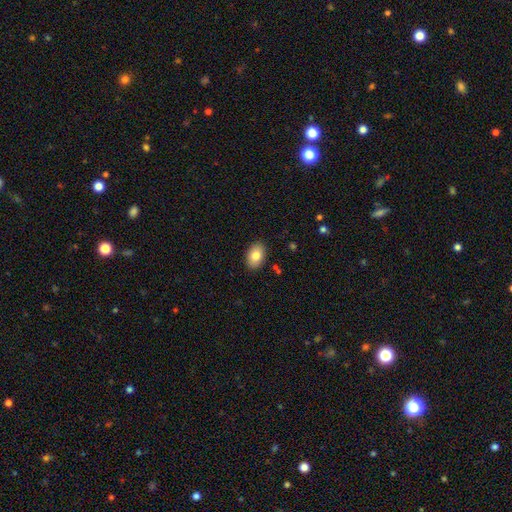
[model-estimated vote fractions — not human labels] Smooth or featured?
  - smooth: 82% *
  - featured or disk: 11%
  - star or artifact: 7%
How rounded?
  - in between: 87% *
  - round: 11%
  - cigar-shaped: 1%
Merging?
  - none: 88% *
  - minor disturbance: 9%
  - major disturbance: 2%
  - merger: 1%